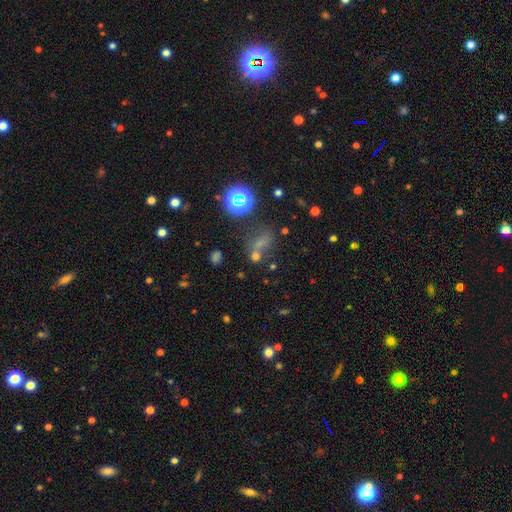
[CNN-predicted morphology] The model was most divided on "merging": none: 41%, merger: 36%, minor disturbance: 12%, major disturbance: 10%. More confident: how rounded — round (51%); smooth or featured — smooth (51%).